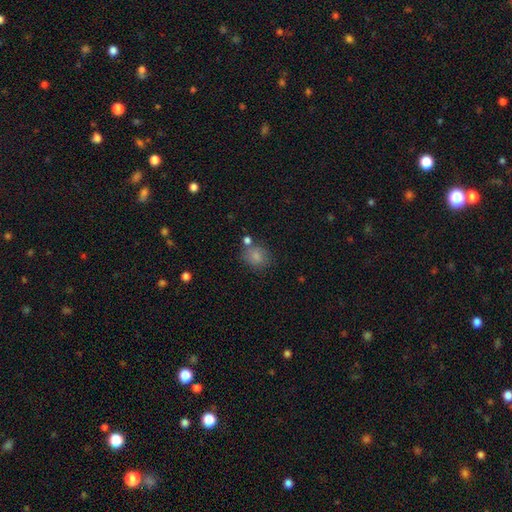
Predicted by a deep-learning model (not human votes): smooth-or-featured: smooth: 82% | star or artifact: 11% | featured or disk: 8%
  how-rounded: round: 57% | in between: 41% | cigar-shaped: 1%
  merging: none: 65% | minor disturbance: 17% | merger: 12% | major disturbance: 6%